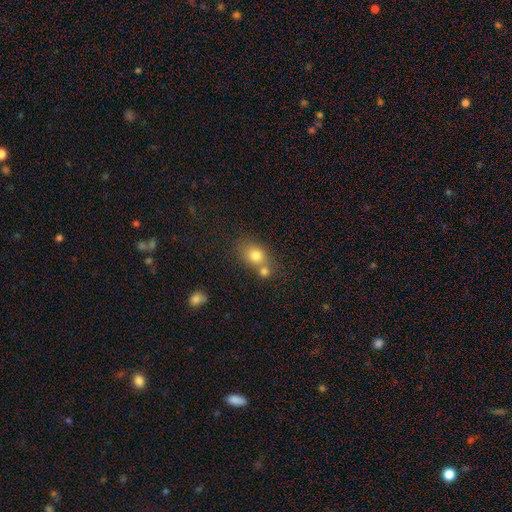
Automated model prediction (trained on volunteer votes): Smooth or featured? smooth (78%)
How rounded? round (53%)
Merging? merger (44%)